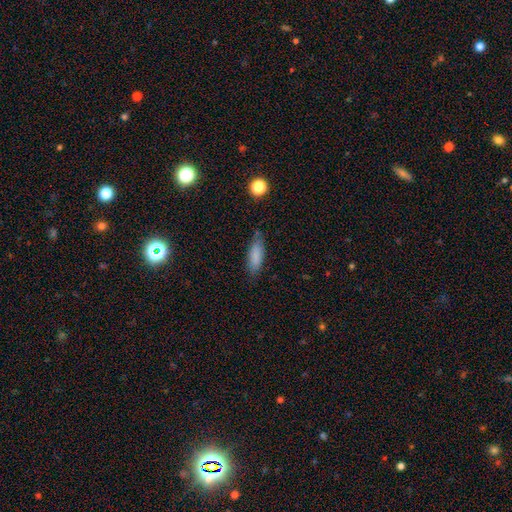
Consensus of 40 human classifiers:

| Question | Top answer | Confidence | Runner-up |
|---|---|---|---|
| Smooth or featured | smooth | 82% | star or artifact (10%) |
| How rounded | cigar-shaped | 73% | in between (24%) |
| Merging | none | 72% | minor disturbance (22%) |